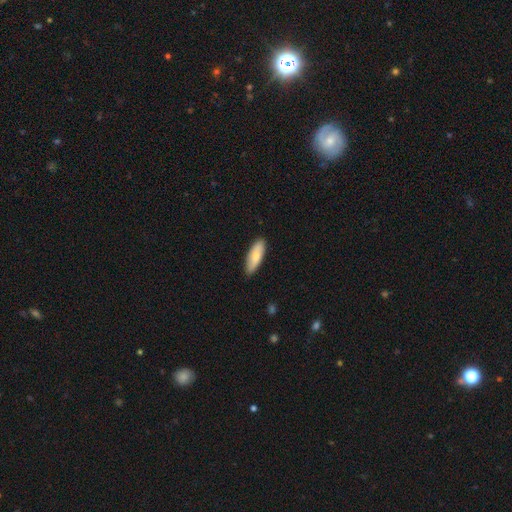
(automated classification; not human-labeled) A smooth galaxy with no disk features (79%) that is in between round and cigar-shaped (63%). Merging: none (87%).